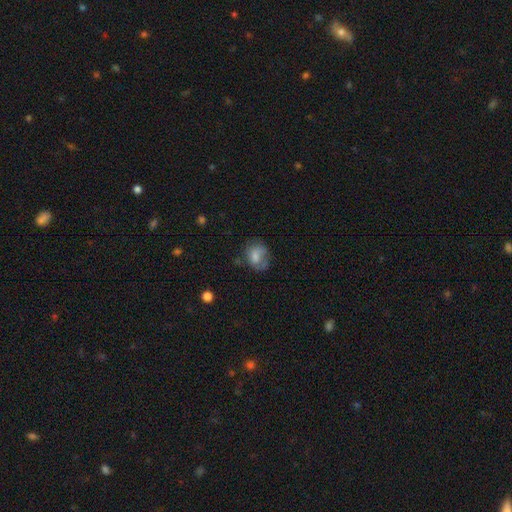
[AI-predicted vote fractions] Smooth or featured? smooth (65%)
How rounded? round (50%)
Merging? none (51%)